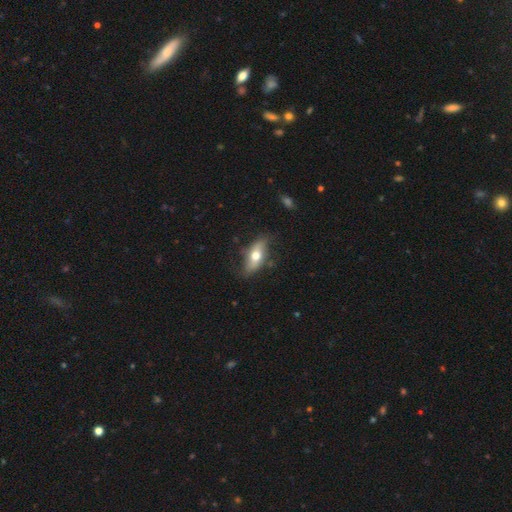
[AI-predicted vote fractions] Overall: smooth (52%; featured or disk 41%). How rounded: in between (78%). Merging: none (70%).